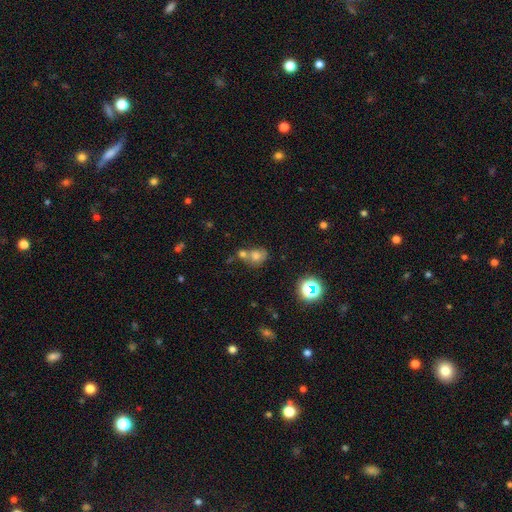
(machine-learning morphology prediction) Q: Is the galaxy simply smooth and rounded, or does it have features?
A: smooth — 65%.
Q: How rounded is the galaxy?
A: round — 64%.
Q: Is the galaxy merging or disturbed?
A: merger — 50%.